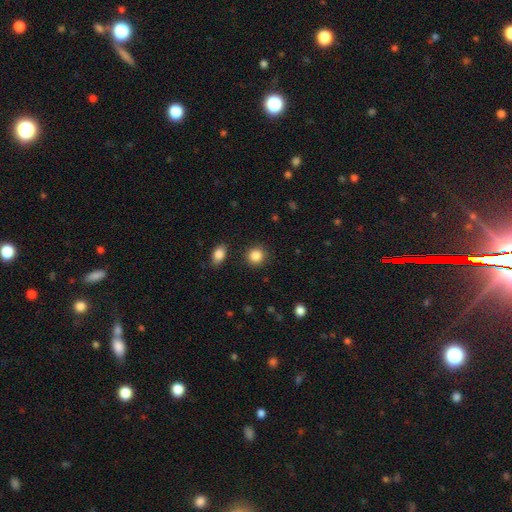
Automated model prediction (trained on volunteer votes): A smooth galaxy with no disk features (87%) that is round (88%).

Vote fractions:
- Smooth or featured? smooth: 87% / star or artifact: 10% / featured or disk: 4%
- How rounded? round: 88% / in between: 11% / cigar-shaped: 1%
- Merging? none: 89% / minor disturbance: 7% / major disturbance: 2% / merger: 2%